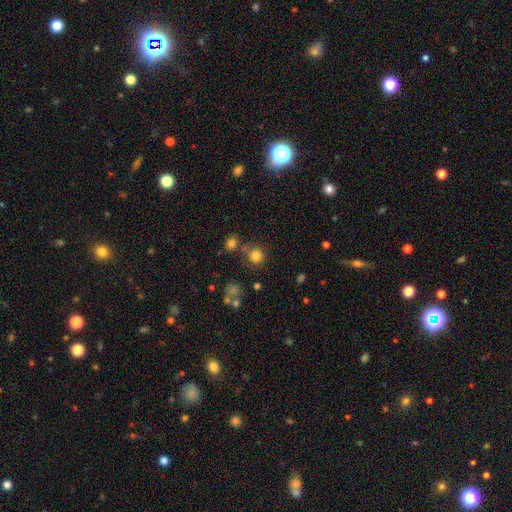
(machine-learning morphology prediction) This is likely a smooth galaxy (78%). How rounded: clearly round (91%). Merging: likely none (73%).